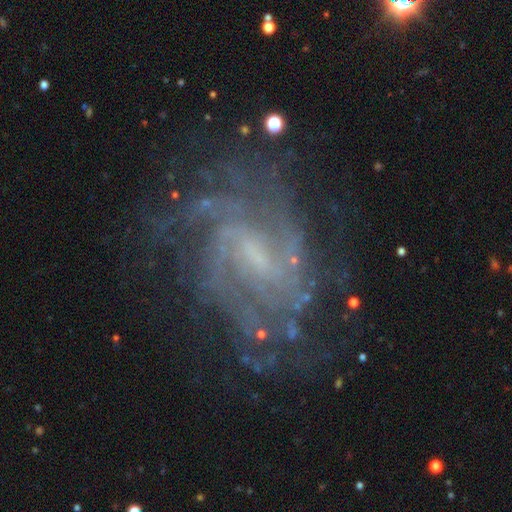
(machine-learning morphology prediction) Smooth or featured?
  - featured or disk: 86% *
  - star or artifact: 9%
  - smooth: 5%
Edge-on disk?
  - no: 97% *
  - yes: 3%
Bar?
  - weak: 57% *
  - no: 23%
  - strong: 20%
Spiral arms?
  - yes: 94% *
  - no: 6%
Spiral winding?
  - medium: 44% *
  - tight: 41%
  - loose: 16%
Spiral arm count?
  - can't tell: 35% *
  - 2: 19%
  - 3: 16%
  - 4: 15%
  - more than 4: 9%
  - 1: 7%
Bulge size?
  - small: 54% *
  - none: 24%
  - moderate: 19%
  - large: 2%
  - dominant: 1%
Merging?
  - none: 69% *
  - minor disturbance: 16%
  - major disturbance: 12%
  - merger: 2%